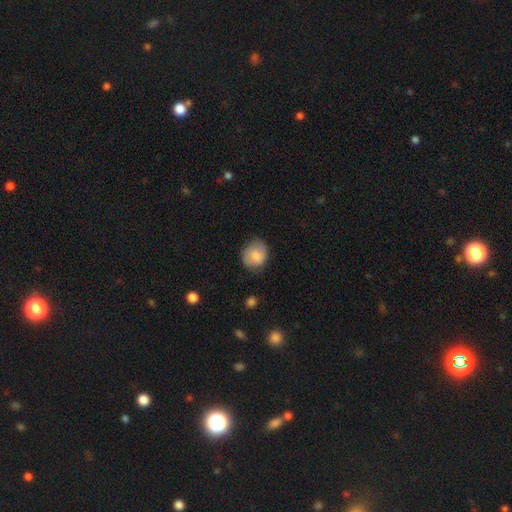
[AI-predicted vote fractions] Smooth or featured? Predicted: smooth (p=0.78). How rounded? Predicted: round (p=0.73). Merging? Predicted: none (p=0.71).